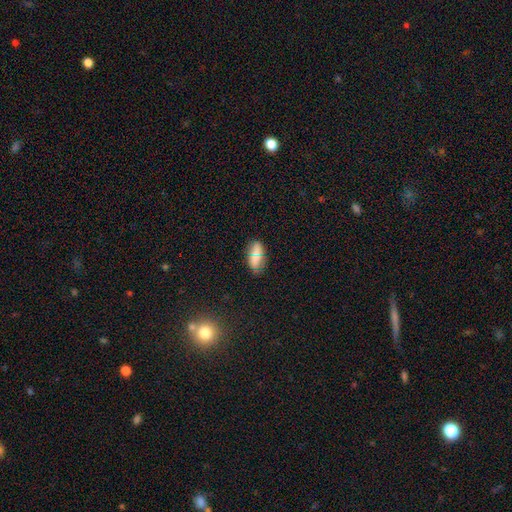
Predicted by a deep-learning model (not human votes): Q: Smooth or featured?
A: smooth (71%); runner-up: featured or disk (20%)
Q: How rounded?
A: in between (83%); runner-up: cigar-shaped (14%)
Q: Merging?
A: none (71%); runner-up: minor disturbance (18%)